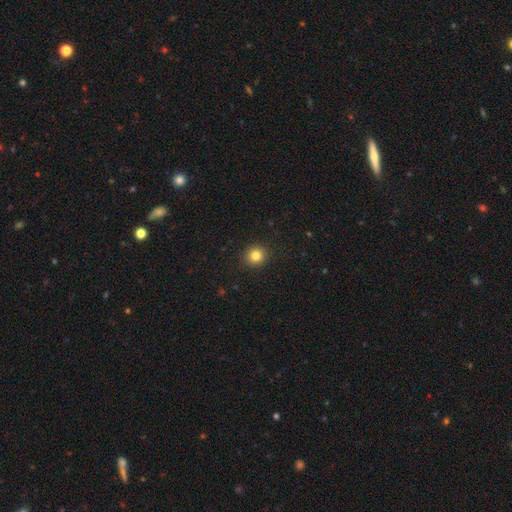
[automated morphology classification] A smooth galaxy with no disk features (82%) that is round (89%). Merging: none (91%).